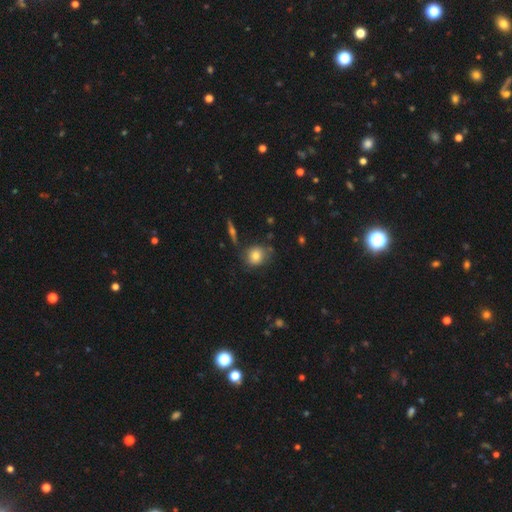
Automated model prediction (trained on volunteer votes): smooth_or_featured: smooth (p=0.76) [alt: featured or disk p=0.15]
how_rounded: round (p=0.71) [alt: in between p=0.28]
merging: none (p=0.70) [alt: minor disturbance p=0.19]